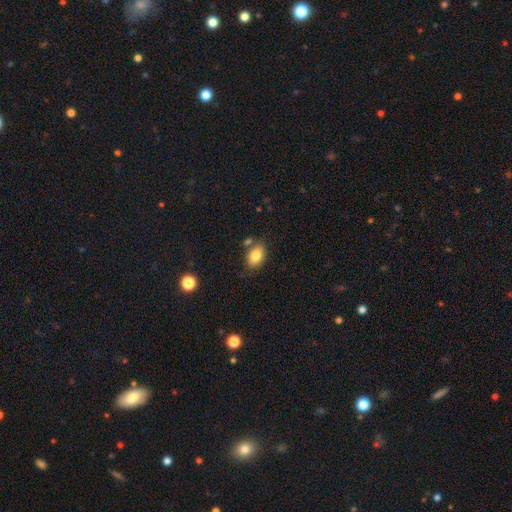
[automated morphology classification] Smooth or featured?
  - smooth: 83% *
  - featured or disk: 9%
  - star or artifact: 8%
How rounded?
  - in between: 85% *
  - round: 14%
  - cigar-shaped: 1%
Merging?
  - none: 72% *
  - minor disturbance: 15%
  - merger: 10%
  - major disturbance: 4%